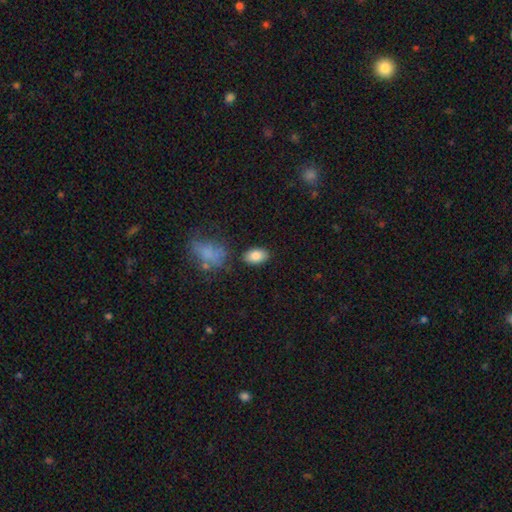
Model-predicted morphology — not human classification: Smooth or featured? Predicted: smooth (p=0.83). How rounded? Predicted: in between (p=0.90). Merging? Predicted: none (p=0.83).